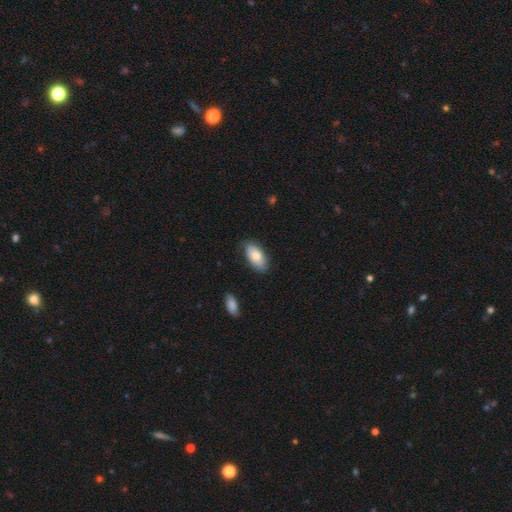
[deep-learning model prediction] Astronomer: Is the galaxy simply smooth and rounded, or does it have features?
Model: smooth — 79%.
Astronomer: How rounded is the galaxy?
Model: in between — 93%.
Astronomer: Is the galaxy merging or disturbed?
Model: none — 78%.